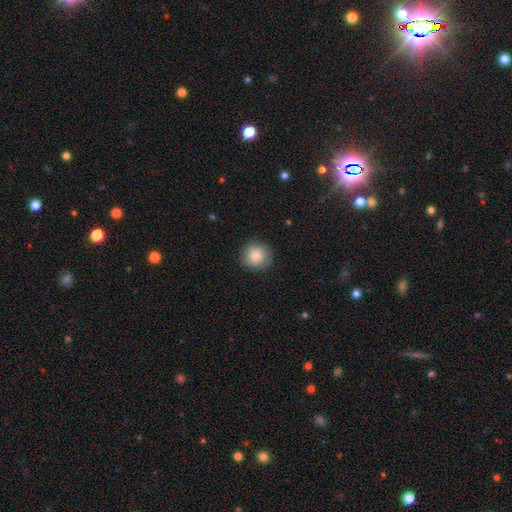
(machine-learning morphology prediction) The model was most divided on "merging": none: 87%, minor disturbance: 10%, major disturbance: 2%, merger: 1%. More confident: how rounded — round (93%); smooth or featured — smooth (86%).